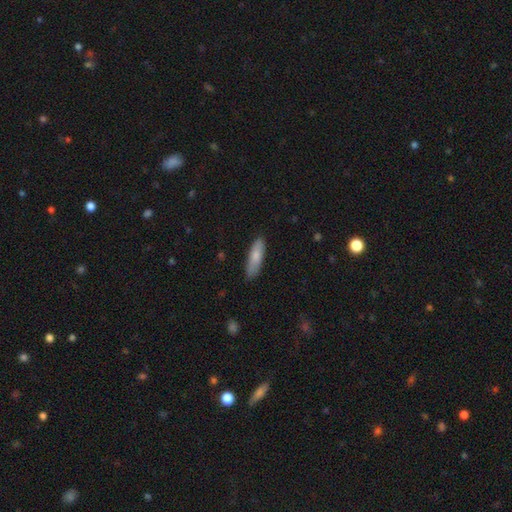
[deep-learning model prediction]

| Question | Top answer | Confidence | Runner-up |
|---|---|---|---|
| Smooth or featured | smooth | 80% | featured or disk (15%) |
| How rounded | cigar-shaped | 56% | in between (43%) |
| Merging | none | 83% | minor disturbance (14%) |